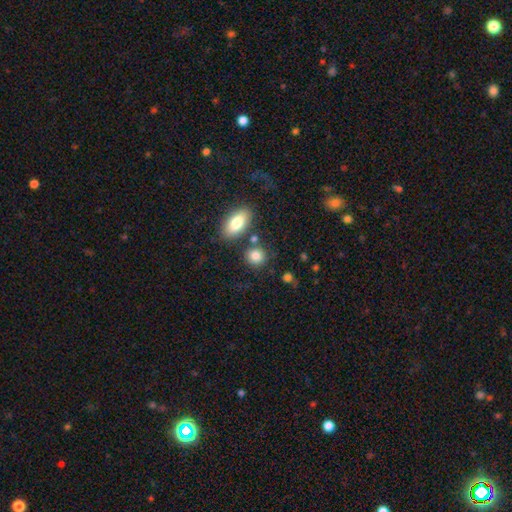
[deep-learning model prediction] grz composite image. It shows a smooth galaxy with no disk features (84%) that is round (76%). Merging: none (75%).